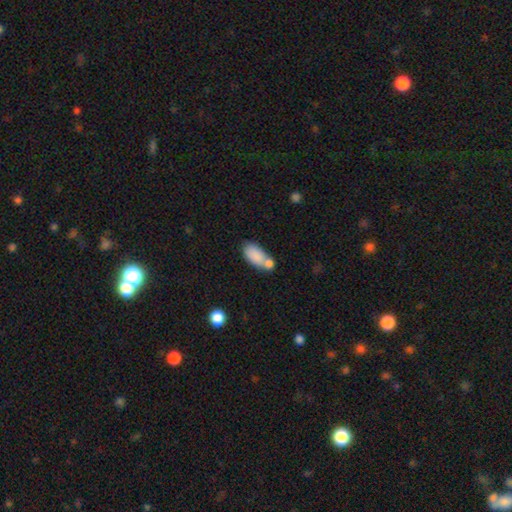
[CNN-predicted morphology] smooth 82%, featured or disk 10%, star or artifact 8%. Down the decision tree: how rounded — in between (91%); merging — none (40%).